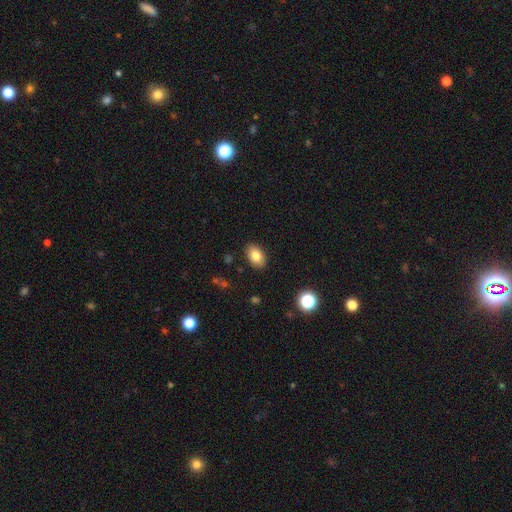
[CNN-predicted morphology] Smooth or featured? smooth (82%)
How rounded? in between (87%)
Merging? none (88%)